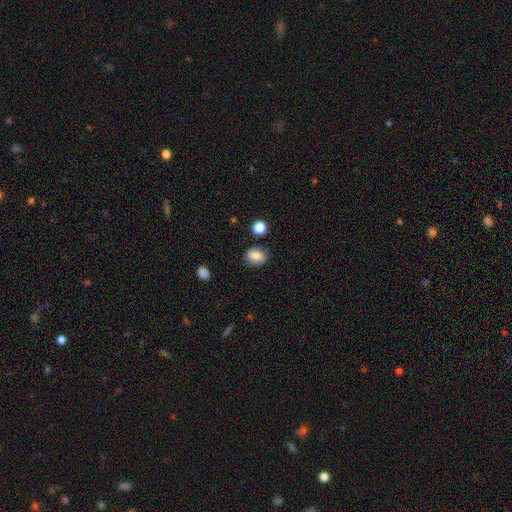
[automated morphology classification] The model was most divided on "how rounded": in between: 55%, round: 44%, cigar-shaped: 1%. More confident: merging — none (80%); smooth or featured — smooth (80%).